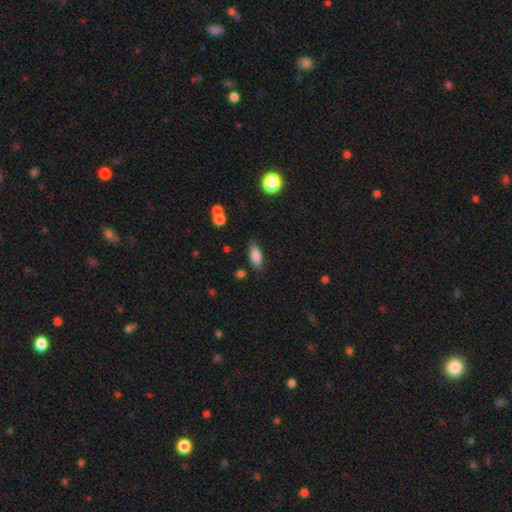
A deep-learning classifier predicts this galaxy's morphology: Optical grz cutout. It shows a smooth galaxy with no disk features (81%) that is in between round and cigar-shaped (73%). Merging: none (80%).